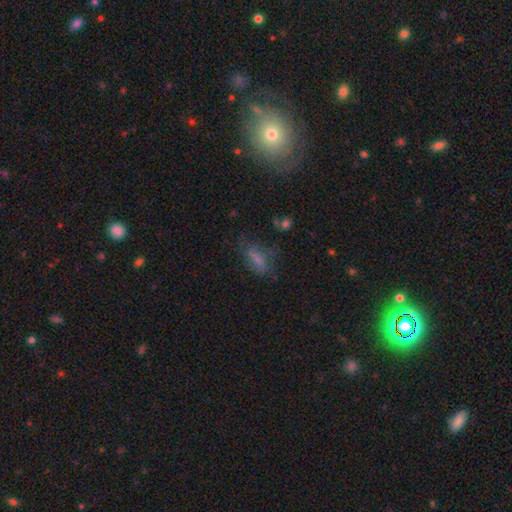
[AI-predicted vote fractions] A smooth galaxy with no disk features (49%). Merging: none (60%).